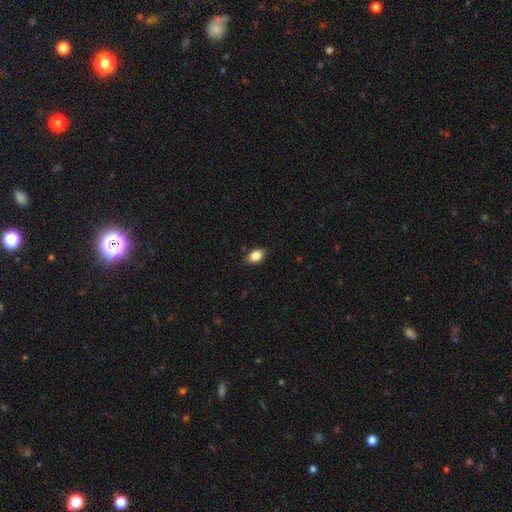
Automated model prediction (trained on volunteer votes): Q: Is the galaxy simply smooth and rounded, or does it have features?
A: smooth — 86%.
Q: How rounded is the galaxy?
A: in between — 88%.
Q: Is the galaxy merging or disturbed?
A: none — 86%.